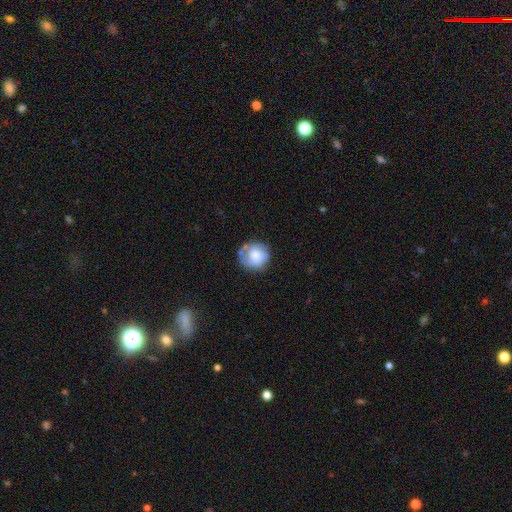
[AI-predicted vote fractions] Q: Smooth or featured?
A: smooth (64%); runner-up: featured or disk (28%)
Q: How rounded?
A: round (88%); runner-up: in between (11%)
Q: Merging?
A: none (64%); runner-up: minor disturbance (23%)